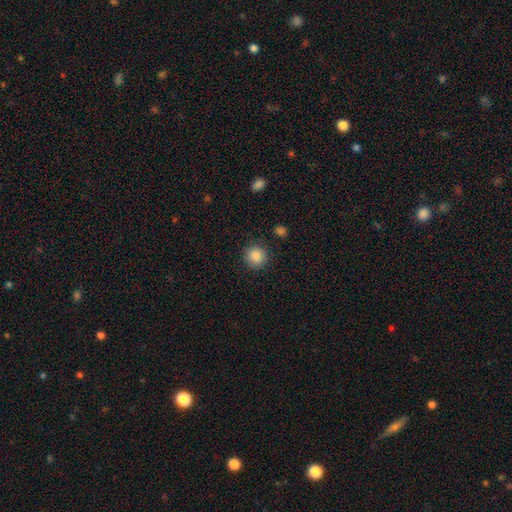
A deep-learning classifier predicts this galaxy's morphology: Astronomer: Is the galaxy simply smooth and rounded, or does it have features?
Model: smooth — 87%.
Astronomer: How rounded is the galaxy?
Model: round — 94%.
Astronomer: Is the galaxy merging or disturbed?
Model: none — 88%.